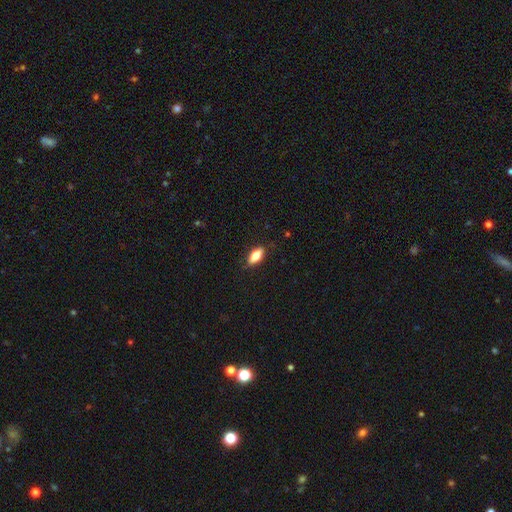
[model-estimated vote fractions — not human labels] A smooth galaxy with no disk features (73%) that is in between round and cigar-shaped (80%). Merging: none (84%).